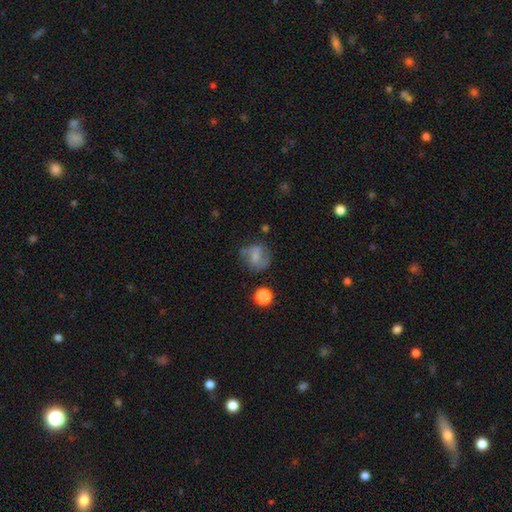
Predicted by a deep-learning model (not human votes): smooth_or_featured: smooth (p=0.57) [alt: featured or disk p=0.31]
how_rounded: round (p=0.69) [alt: in between p=0.30]
merging: none (p=0.56) [alt: minor disturbance p=0.25]